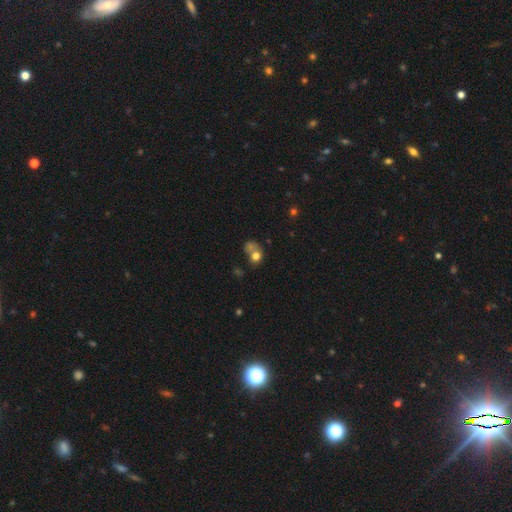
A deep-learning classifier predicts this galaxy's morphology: smooth_or_featured: smooth (p=0.70) [alt: featured or disk p=0.17]
how_rounded: round (p=0.58) [alt: in between p=0.40]
merging: merger (p=0.51) [alt: none p=0.26]